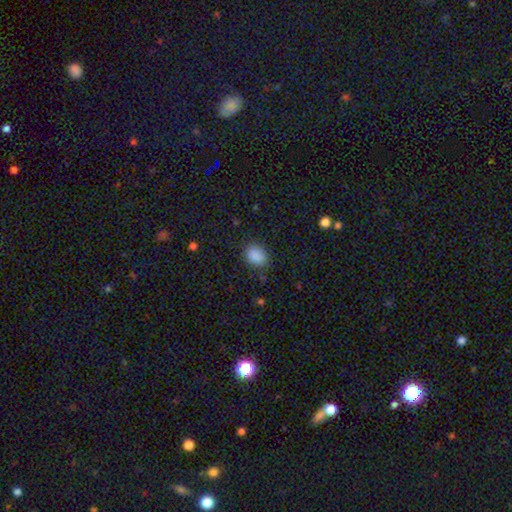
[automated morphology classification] A smooth galaxy with no disk features (87%) that is in between round and cigar-shaped (53%).

Vote fractions:
- Smooth or featured? smooth: 87% / star or artifact: 9% / featured or disk: 3%
- How rounded? in between: 53% / round: 46% / cigar-shaped: 1%
- Merging? none: 83% / minor disturbance: 12% / major disturbance: 4% / merger: 1%